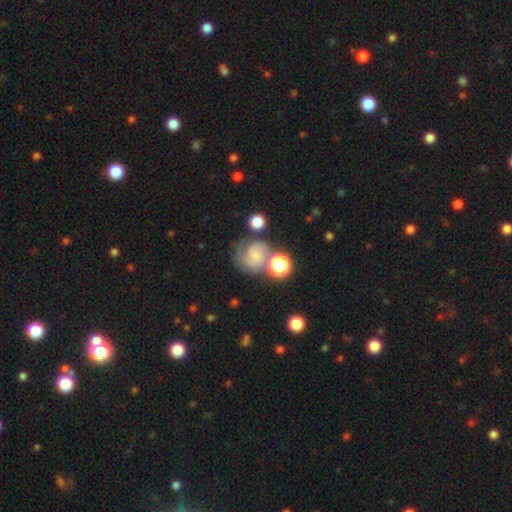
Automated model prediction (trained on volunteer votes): Smooth or featured?
  - featured or disk: 51% *
  - smooth: 36%
  - star or artifact: 13%
Edge-on disk?
  - no: 98% *
  - yes: 2%
Merging?
  - none: 48% *
  - minor disturbance: 21%
  - merger: 17%
  - major disturbance: 14%